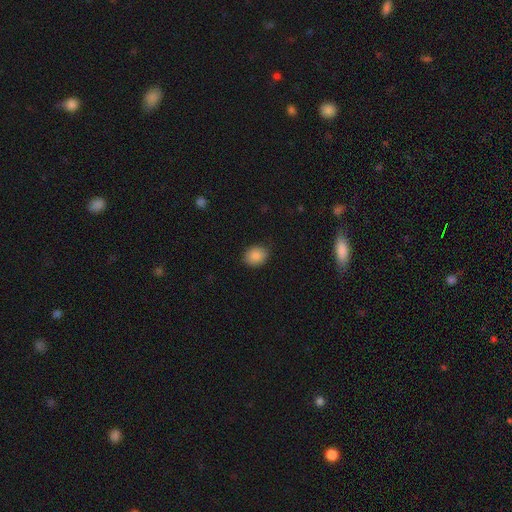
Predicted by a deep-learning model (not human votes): Smooth or featured? smooth (85%)
How rounded? round (56%)
Merging? none (85%)